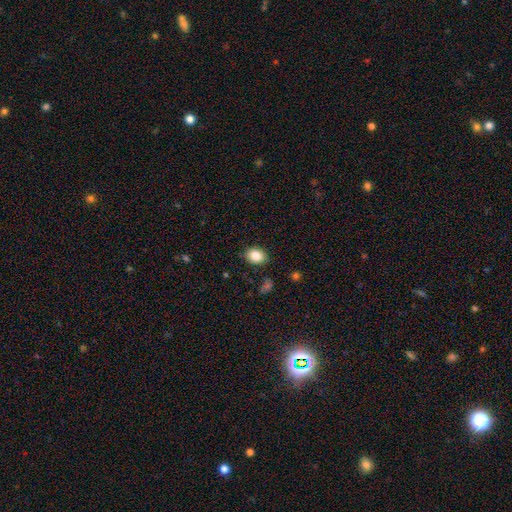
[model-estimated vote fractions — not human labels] A smooth galaxy with no disk features (84%) that is in between round and cigar-shaped (64%). Merging: none (86%).